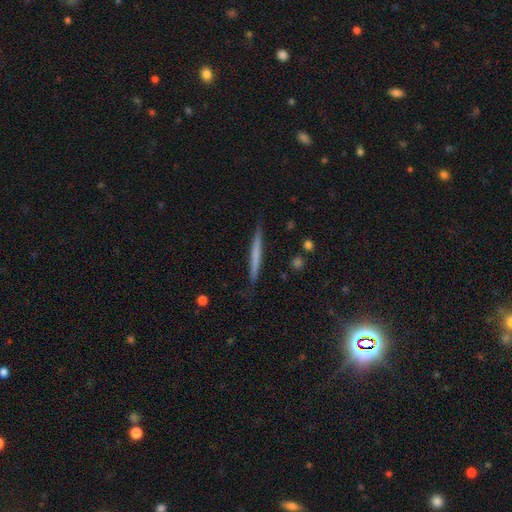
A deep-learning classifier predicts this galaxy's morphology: smooth 53%, featured or disk 41%, star or artifact 6%. Down the decision tree: how rounded — cigar-shaped (96%); merging — none (87%).